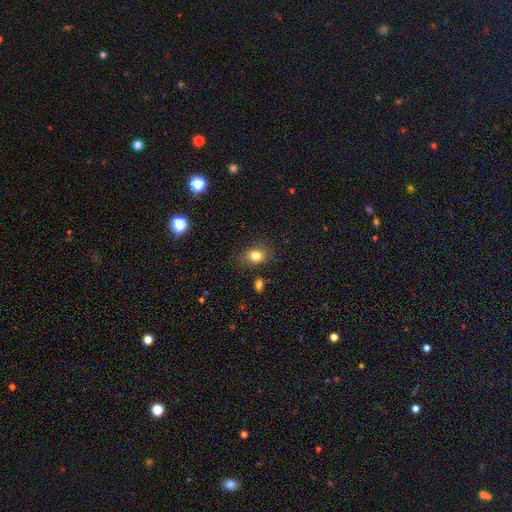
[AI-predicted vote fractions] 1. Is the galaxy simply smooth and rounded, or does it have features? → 80% smooth, 12% star or artifact, 8% featured or disk.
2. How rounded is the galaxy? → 51% in between, 47% round, 1% cigar-shaped.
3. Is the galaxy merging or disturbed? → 79% none, 14% minor disturbance, 4% major disturbance, 3% merger.